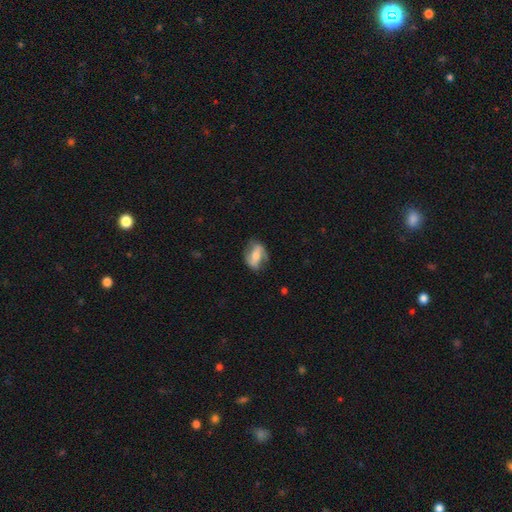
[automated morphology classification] A featured or disk galaxy (55%). Merging: none (69%).